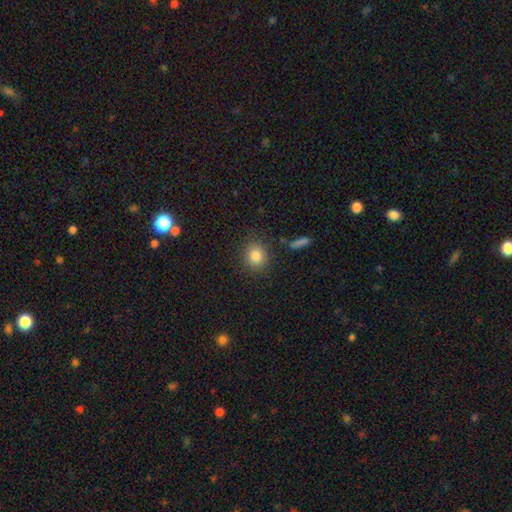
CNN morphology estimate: A smooth galaxy with no disk features (84%) that is round (81%). Merging: none (85%).